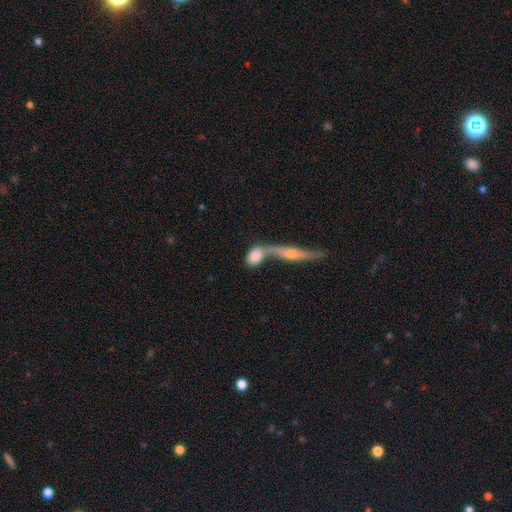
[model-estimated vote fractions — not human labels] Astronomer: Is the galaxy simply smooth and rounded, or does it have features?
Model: smooth — 72%.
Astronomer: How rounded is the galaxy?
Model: in between — 61%.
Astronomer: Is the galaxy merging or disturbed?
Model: merger — 54%.